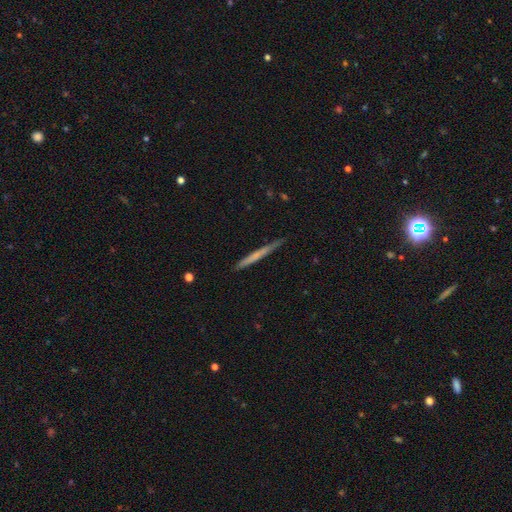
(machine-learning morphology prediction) Smooth or featured? Predicted: smooth (p=0.52). How rounded? Predicted: cigar-shaped (p=0.97). Merging? Predicted: none (p=0.87).